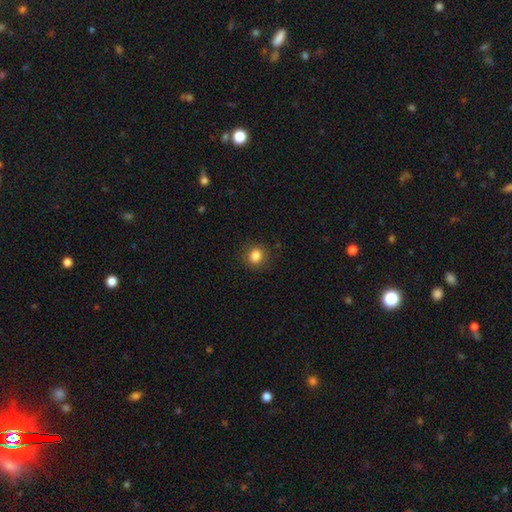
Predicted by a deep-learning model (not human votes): smooth_or_featured: smooth (p=0.84) [alt: star or artifact p=0.11]
how_rounded: round (p=0.82) [alt: in between p=0.17]
merging: none (p=0.88) [alt: minor disturbance p=0.08]